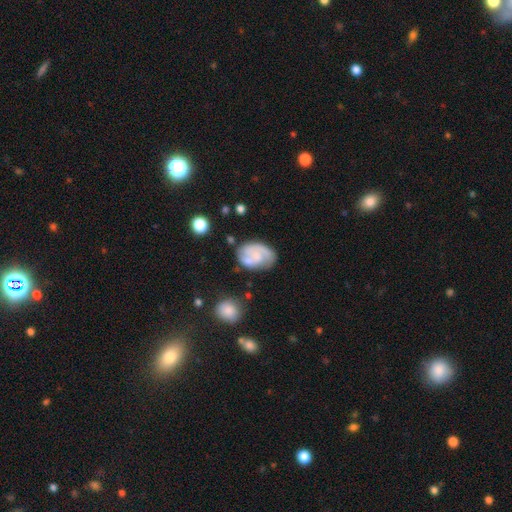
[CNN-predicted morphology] type=featured or disk (60%); edge-on=no (97%); bar=no (68%); spiral arms=yes (78%); bulge=small (39%); merging=none (55%).